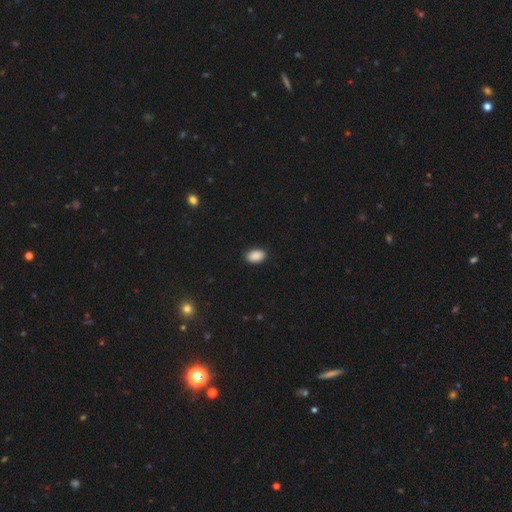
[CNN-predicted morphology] smooth 90%, star or artifact 8%, featured or disk 2%. Down the decision tree: how rounded — in between (90%); merging — none (89%).